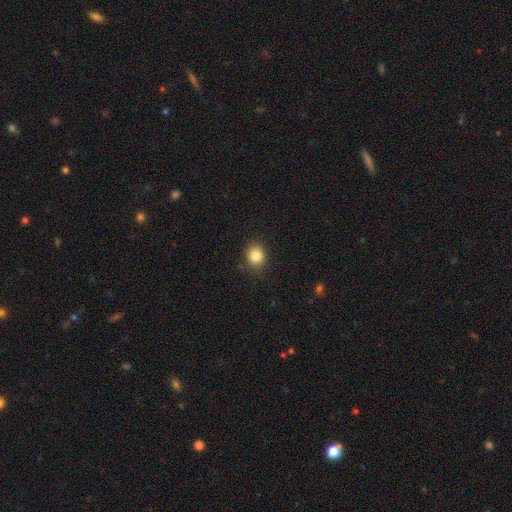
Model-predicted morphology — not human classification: This appears to be a smooth galaxy with no disk features (85%) that is round (75%). Merging: none (86%).